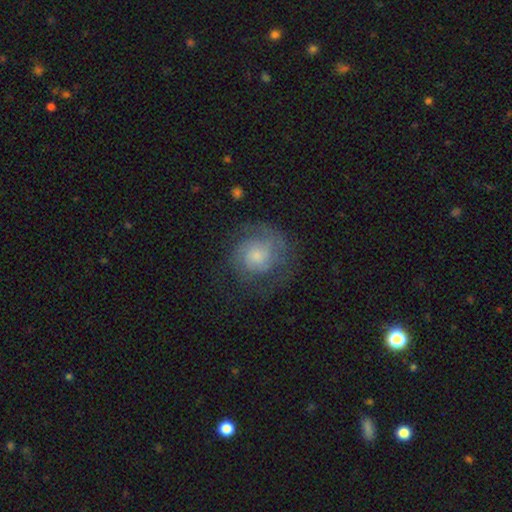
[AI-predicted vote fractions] A featured or disk galaxy (59%) with no bar (74%), spiral arms (86%) and a small central bulge (44%).

Vote fractions:
- Smooth or featured? featured or disk: 59% / smooth: 33% / star or artifact: 8%
- Edge-on disk? no: 98% / yes: 2%
- Bar? no: 74% / weak: 23% / strong: 3%
- Spiral arms? yes: 86% / no: 14%
- Bulge size? small: 44% / moderate: 37% / large: 9% / none: 9% / dominant: 2%
- Merging? none: 63% / minor disturbance: 19% / major disturbance: 17% / merger: 1%